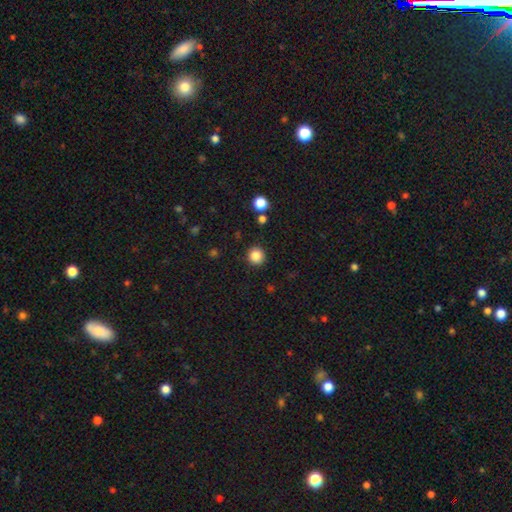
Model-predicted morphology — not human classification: This is clearly a smooth galaxy (85%). How rounded: clearly round (94%). Merging: clearly none (91%).